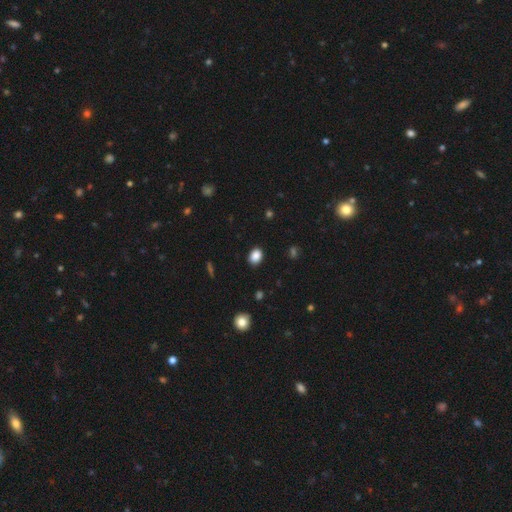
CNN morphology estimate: This appears to be a smooth galaxy with no disk features (87%) that is in between round and cigar-shaped (67%). Merging: none (88%).